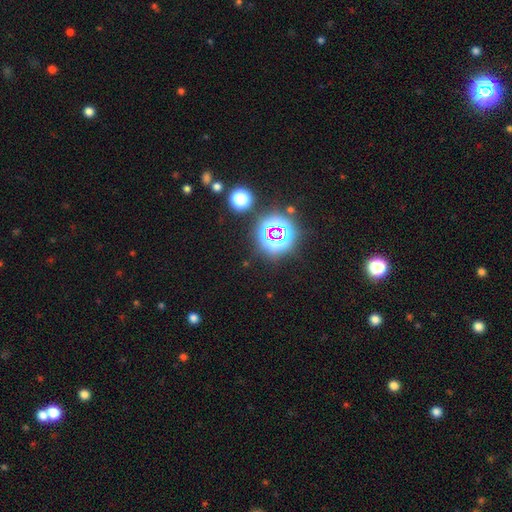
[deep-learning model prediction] Morphology: type=star or artifact (77%).